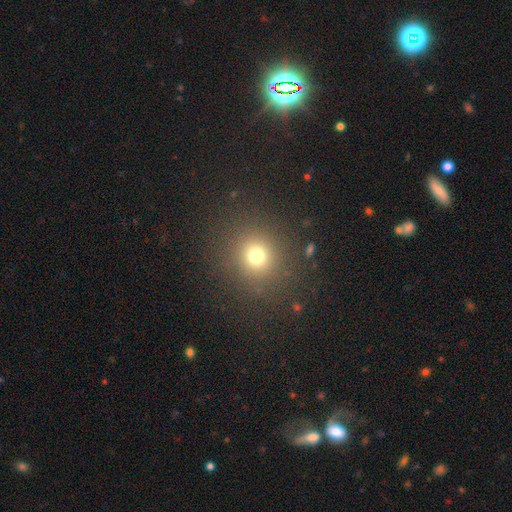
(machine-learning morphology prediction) Q: Smooth or featured?
A: smooth (74%); runner-up: star or artifact (18%)
Q: How rounded?
A: round (89%); runner-up: in between (10%)
Q: Merging?
A: none (86%); runner-up: minor disturbance (7%)